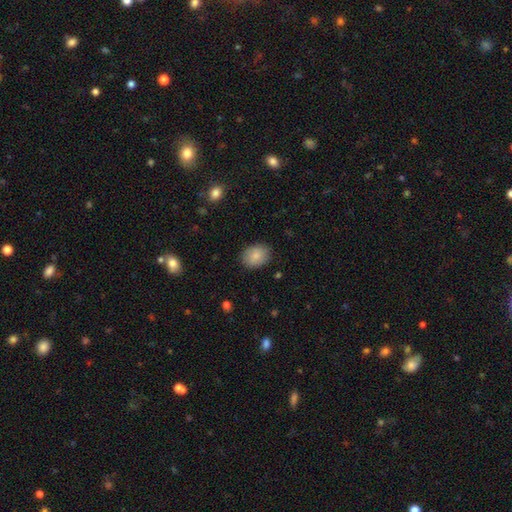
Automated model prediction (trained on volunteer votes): Smooth or featured? smooth (85%)
How rounded? in between (59%)
Merging? none (85%)